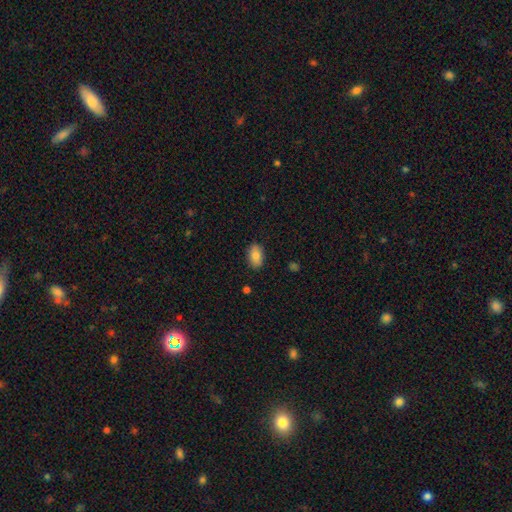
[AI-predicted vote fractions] Smooth or featured: smooth — 83% (featured or disk — 9%)
How rounded: in between — 90% (round — 9%)
Merging: none — 87% (minor disturbance — 10%)